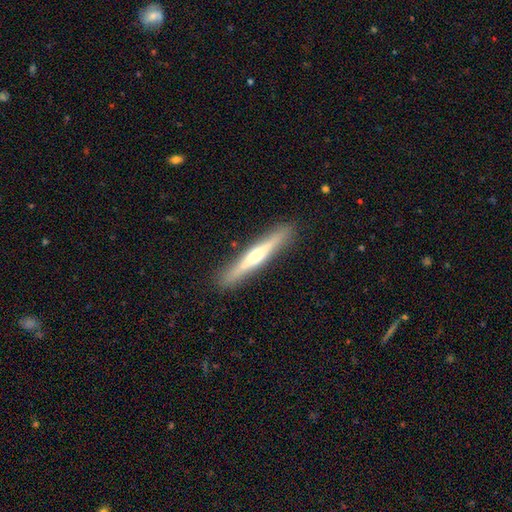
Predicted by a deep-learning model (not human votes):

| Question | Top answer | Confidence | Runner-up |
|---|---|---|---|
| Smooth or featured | featured or disk | 62% | smooth (32%) |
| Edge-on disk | yes | 96% | no (4%) |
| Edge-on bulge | rounded | 81% | none (14%) |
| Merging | none | 91% | minor disturbance (7%) |